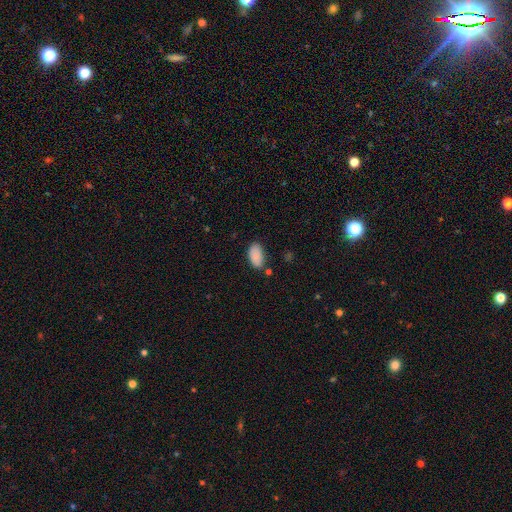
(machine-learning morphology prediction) type=smooth (87%); roundness=in between (95%); merging=none (74%).